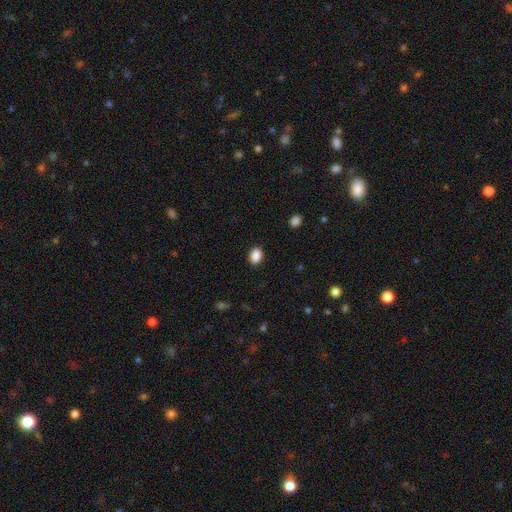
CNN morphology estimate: smooth_or_featured: smooth (p=0.88) [alt: star or artifact p=0.09]
how_rounded: in between (p=0.77) [alt: round p=0.22]
merging: none (p=0.88) [alt: minor disturbance p=0.08]